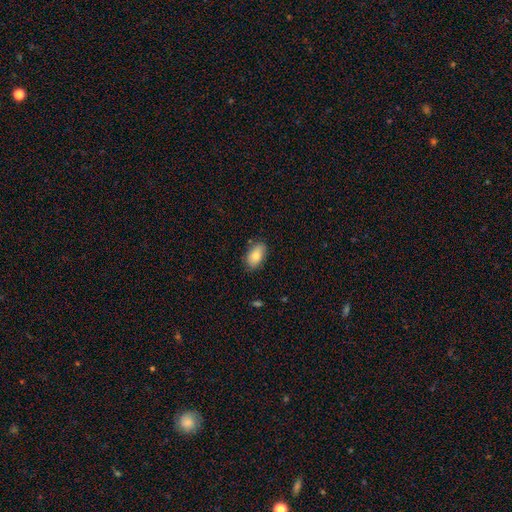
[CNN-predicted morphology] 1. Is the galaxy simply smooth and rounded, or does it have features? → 80% smooth, 13% featured or disk, 7% star or artifact.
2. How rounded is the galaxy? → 93% in between, 5% round, 2% cigar-shaped.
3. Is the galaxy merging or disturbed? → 78% none, 17% minor disturbance, 3% major disturbance, 1% merger.